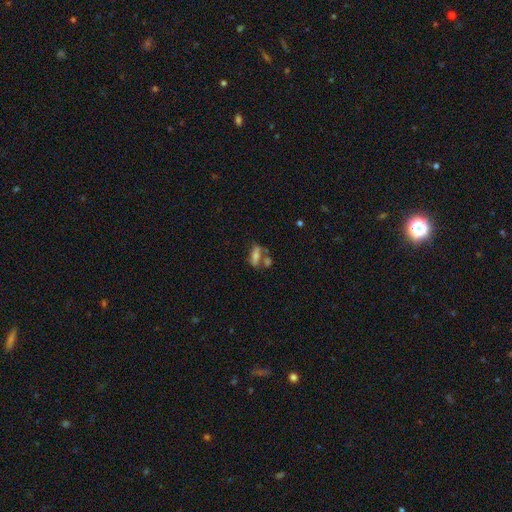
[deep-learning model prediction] This is likely a smooth galaxy (60%). How rounded: possibly in between (59%). Merging: possibly none (47%).